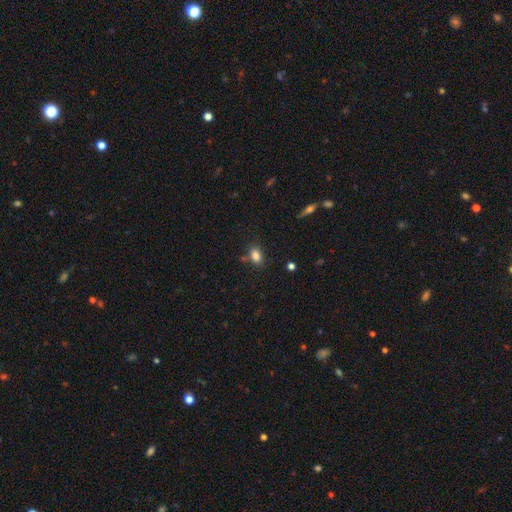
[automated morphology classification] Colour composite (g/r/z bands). It shows a smooth galaxy with no disk features (84%) that is in between round and cigar-shaped (84%). Merging: none (75%).